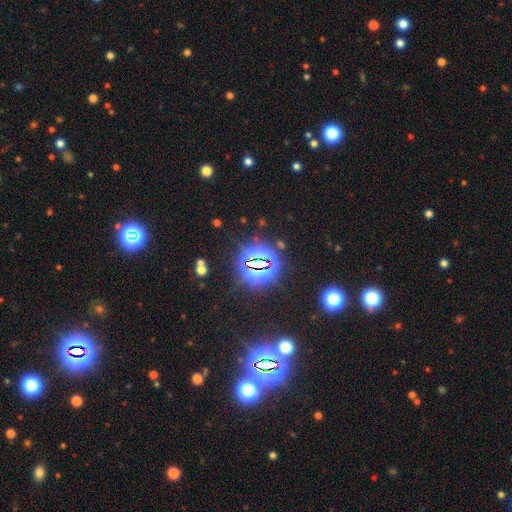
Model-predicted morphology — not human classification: A star or artifact, not a galaxy (81%).